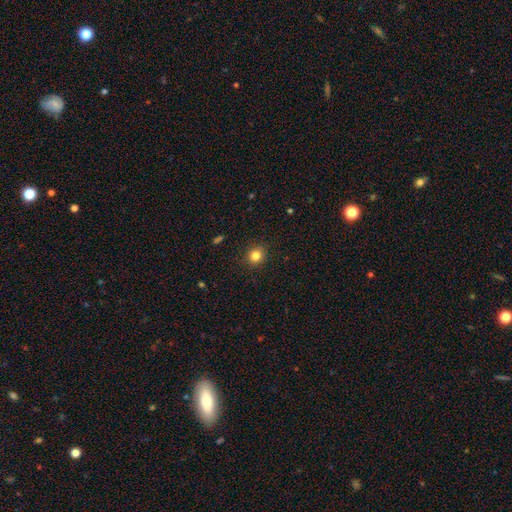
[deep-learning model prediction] smooth_or_featured: smooth (p=0.82) [alt: star or artifact p=0.12]
how_rounded: round (p=0.84) [alt: in between p=0.15]
merging: none (p=0.90) [alt: minor disturbance p=0.07]